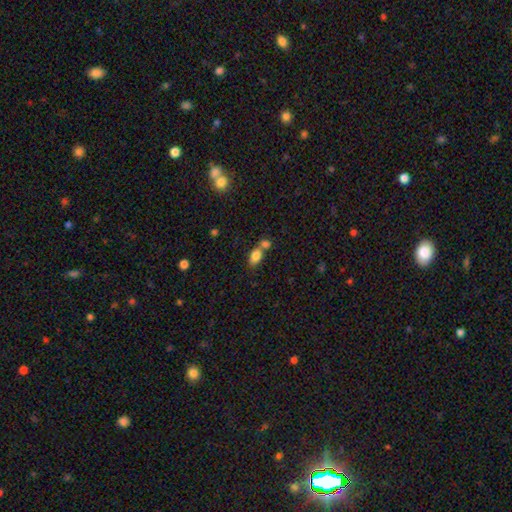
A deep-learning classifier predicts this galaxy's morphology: type=smooth (83%); roundness=in between (88%); merging=merger (46%).